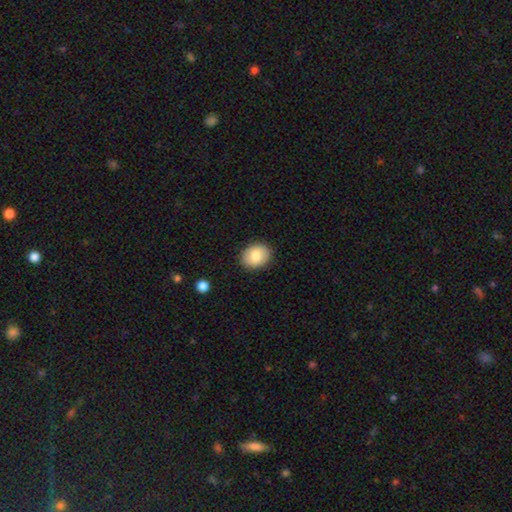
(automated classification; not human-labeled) A smooth galaxy with no disk features (84%) that is in between round and cigar-shaped (55%).

Vote fractions:
- Smooth or featured? smooth: 84% / featured or disk: 9% / star or artifact: 7%
- How rounded? in between: 55% / round: 44% / cigar-shaped: 1%
- Merging? none: 89% / minor disturbance: 8% / major disturbance: 2% / merger: 1%